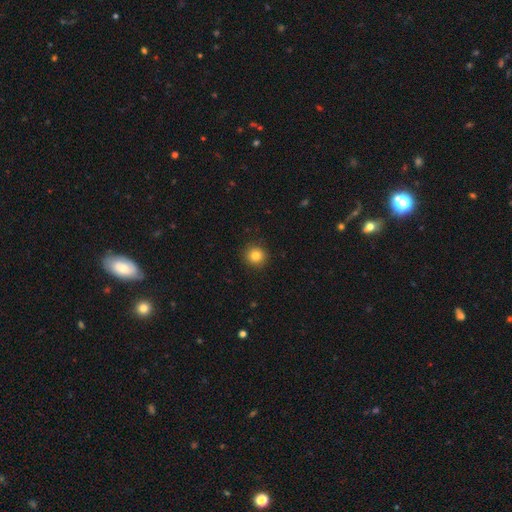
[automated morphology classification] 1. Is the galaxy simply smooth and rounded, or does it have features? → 82% smooth, 11% star or artifact, 6% featured or disk.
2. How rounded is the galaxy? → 94% round, 5% in between, 1% cigar-shaped.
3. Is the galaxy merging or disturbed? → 92% none, 5% minor disturbance, 2% major disturbance, 1% merger.